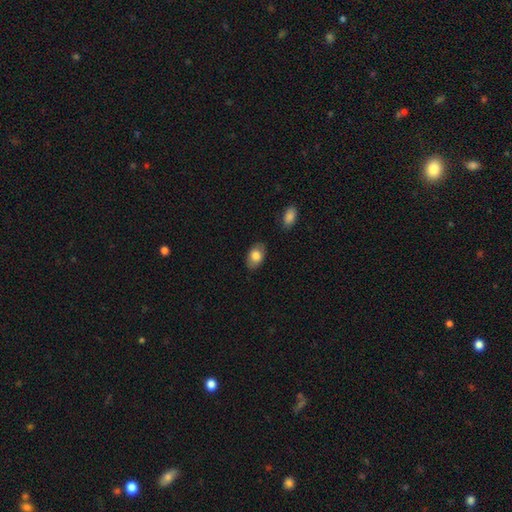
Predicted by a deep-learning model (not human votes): The model was most divided on "smooth or featured": smooth: 81%, featured or disk: 13%, star or artifact: 7%. More confident: how rounded — in between (89%); merging — none (82%).